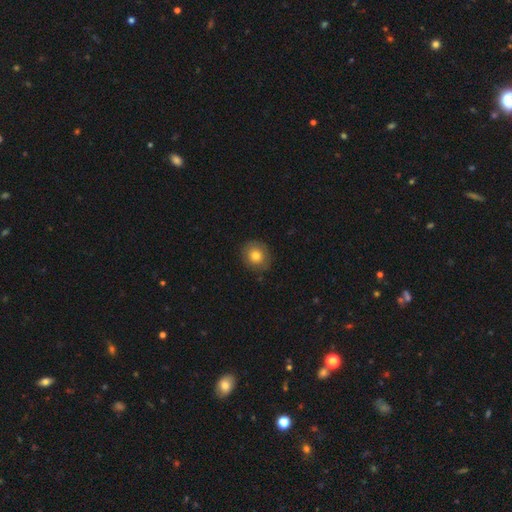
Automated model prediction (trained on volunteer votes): Smooth or featured? Predicted: smooth (p=0.78). How rounded? Predicted: round (p=0.83). Merging? Predicted: none (p=0.84).